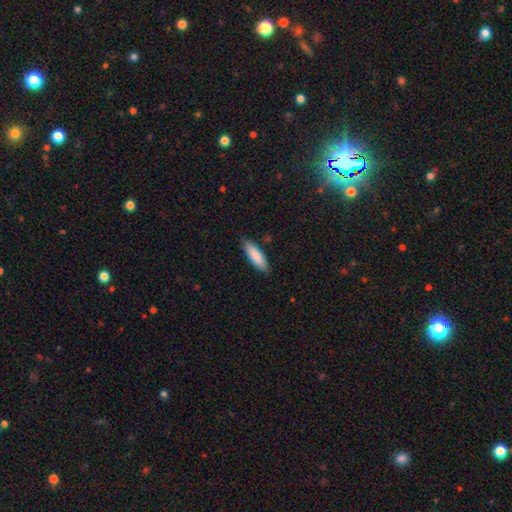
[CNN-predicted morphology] A smooth galaxy with no disk features (86%) that is in between round and cigar-shaped (52%).

Vote fractions:
- Smooth or featured? smooth: 86% / featured or disk: 8% / star or artifact: 5%
- How rounded? in between: 52% / cigar-shaped: 47% / round: 1%
- Merging? none: 86% / minor disturbance: 11% / major disturbance: 2% / merger: 1%